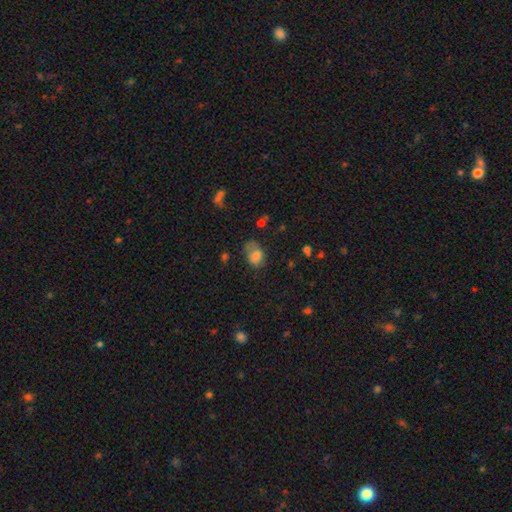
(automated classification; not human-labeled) The model was most divided on "merging": none: 44%, minor disturbance: 31%, major disturbance: 21%, merger: 4%. More confident: how rounded — in between (79%); smooth or featured — smooth (74%).